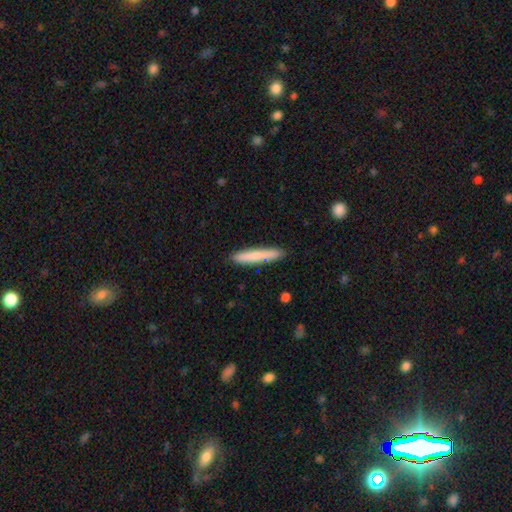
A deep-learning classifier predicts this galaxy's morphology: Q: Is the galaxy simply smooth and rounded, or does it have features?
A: smooth — 73%.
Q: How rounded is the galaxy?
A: cigar-shaped — 95%.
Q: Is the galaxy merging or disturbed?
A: none — 88%.